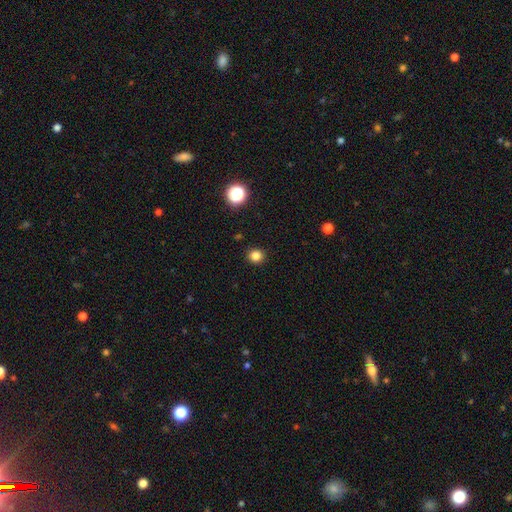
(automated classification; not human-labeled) smooth_or_featured: smooth (p=0.83) [alt: star or artifact p=0.14]
how_rounded: round (p=0.91) [alt: in between p=0.09]
merging: none (p=0.92) [alt: minor disturbance p=0.05]